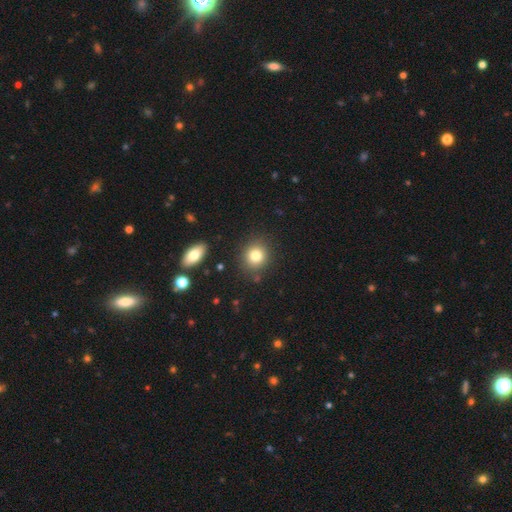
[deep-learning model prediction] smooth_or_featured: smooth (p=0.81) [alt: star or artifact p=0.11]
how_rounded: round (p=0.78) [alt: in between p=0.21]
merging: none (p=0.85) [alt: minor disturbance p=0.08]